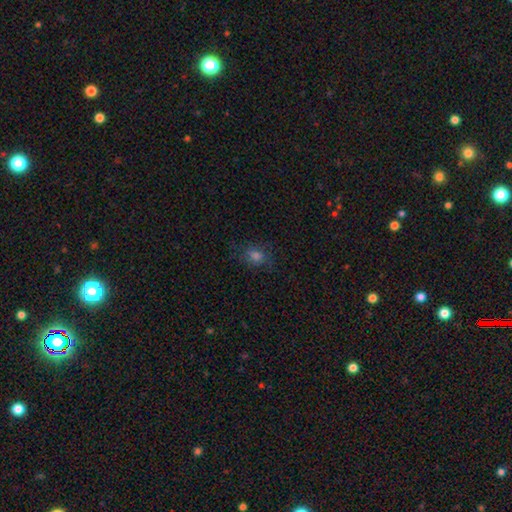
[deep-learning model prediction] This appears to be a smooth galaxy with no disk features (66%) that is round (62%). Merging: none (77%).